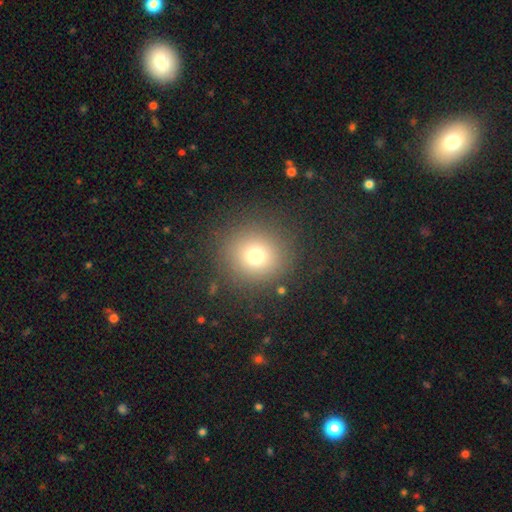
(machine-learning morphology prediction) Smooth or featured: smooth — 73% (star or artifact — 17%)
How rounded: round — 93% (in between — 6%)
Merging: none — 87% (minor disturbance — 7%)